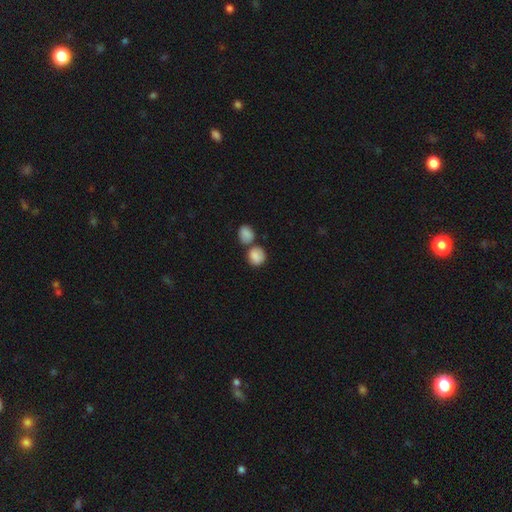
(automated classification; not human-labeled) Morphology: type=smooth (85%); roundness=round (72%); merging=none (46%).